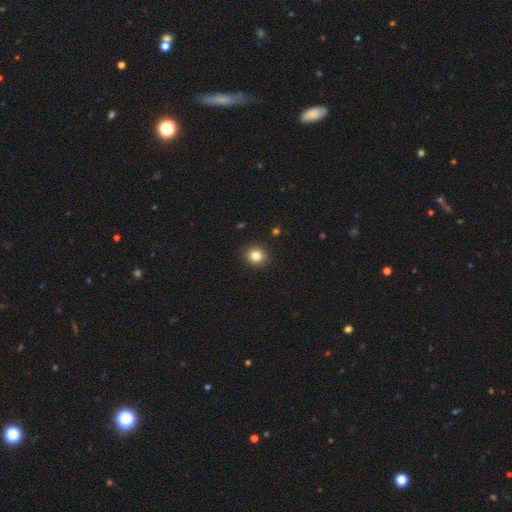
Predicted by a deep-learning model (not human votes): Smooth or featured? smooth (82%)
How rounded? round (83%)
Merging? none (91%)